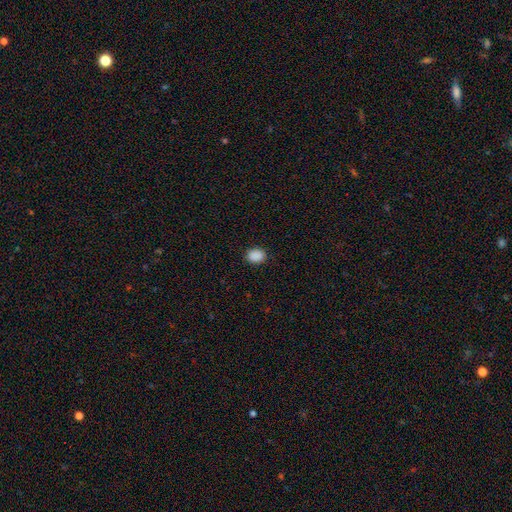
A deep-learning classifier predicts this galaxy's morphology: A smooth galaxy with no disk features (89%) that is in between round and cigar-shaped (60%).

Vote fractions:
- Smooth or featured? smooth: 89% / star or artifact: 8% / featured or disk: 2%
- How rounded? in between: 60% / round: 39% / cigar-shaped: 1%
- Merging? none: 89% / minor disturbance: 8% / major disturbance: 2% / merger: 1%